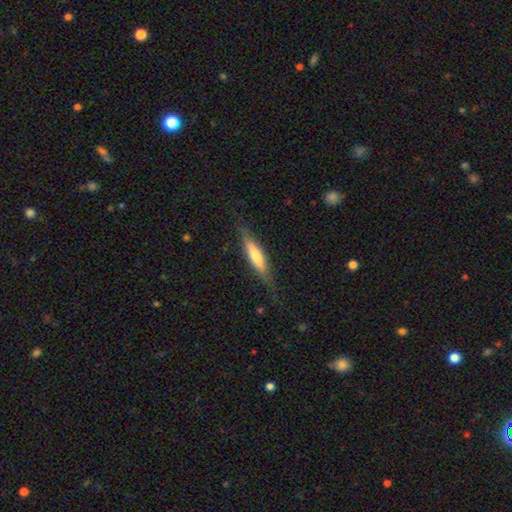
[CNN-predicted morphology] Smooth or featured: smooth — 52% (featured or disk — 43%)
How rounded: cigar-shaped — 82% (in between — 17%)
Merging: none — 76% (minor disturbance — 17%)